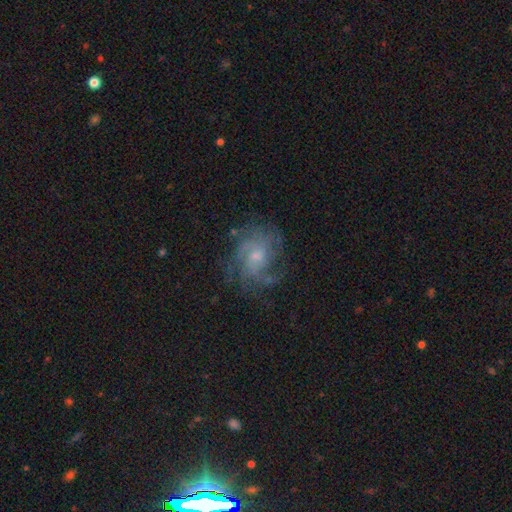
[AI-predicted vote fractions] Smooth or featured? Predicted: featured or disk (p=0.78). Edge-on disk? Predicted: no (p=0.97). Bar? Predicted: no (p=0.64). Spiral arms? Predicted: yes (p=0.92). Spiral winding? Predicted: medium (p=0.44). Spiral arm count? Predicted: can't tell (p=0.32). Bulge size? Predicted: small (p=0.55). Merging? Predicted: none (p=0.66).